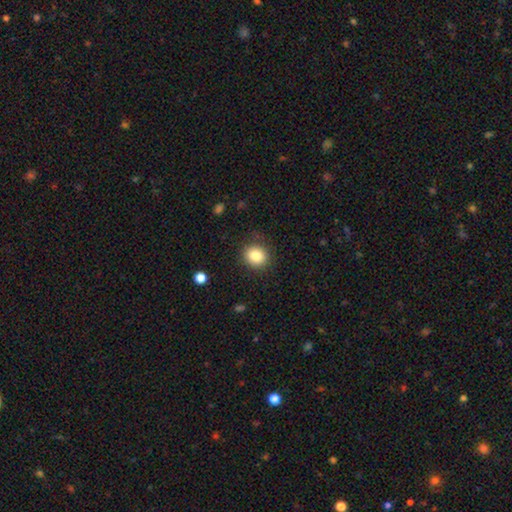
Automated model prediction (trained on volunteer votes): Q: Smooth or featured?
A: smooth (83%); runner-up: star or artifact (10%)
Q: How rounded?
A: round (75%); runner-up: in between (24%)
Q: Merging?
A: none (86%); runner-up: minor disturbance (9%)